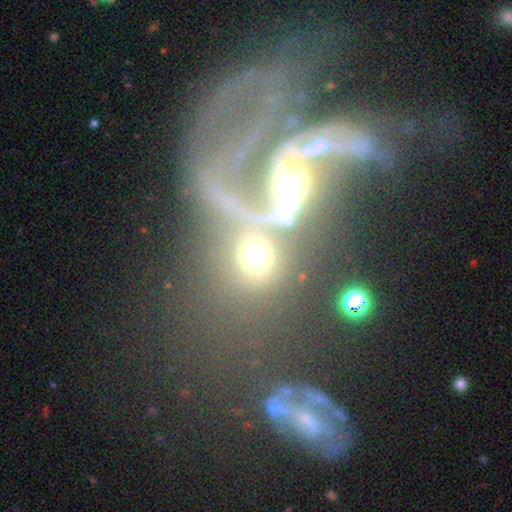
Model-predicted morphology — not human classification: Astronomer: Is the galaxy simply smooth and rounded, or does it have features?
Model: smooth — 51% (runner-up: featured or disk, 32%).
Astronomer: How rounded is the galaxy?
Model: round — 79%.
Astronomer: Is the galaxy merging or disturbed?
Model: merger — 45% (runner-up: none, 32%).